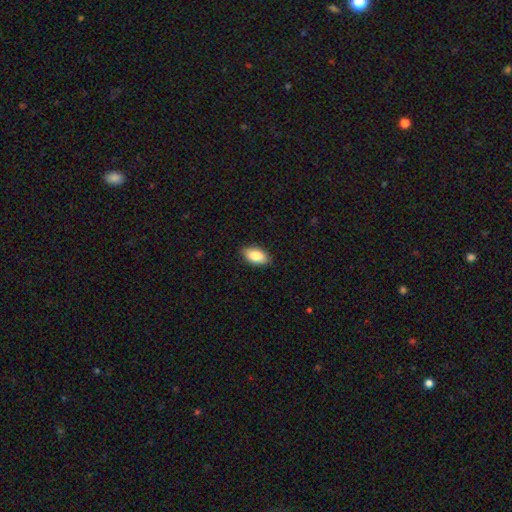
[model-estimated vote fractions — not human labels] Smooth or featured? Predicted: smooth (p=0.85). How rounded? Predicted: in between (p=0.93). Merging? Predicted: none (p=0.88).